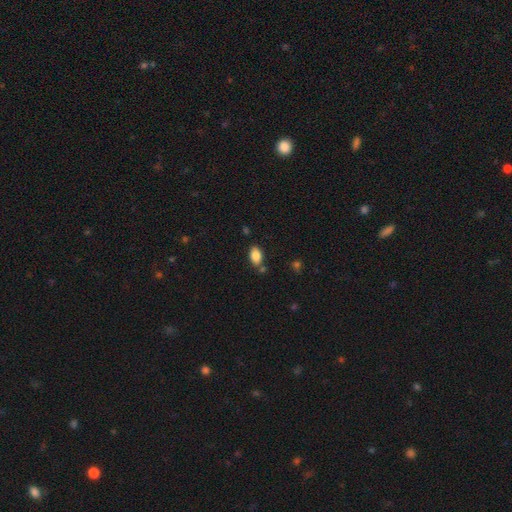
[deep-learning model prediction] smooth-or-featured: smooth: 85% | star or artifact: 8% | featured or disk: 7%
  how-rounded: in between: 90% | round: 8% | cigar-shaped: 2%
  merging: none: 73% | minor disturbance: 14% | merger: 10% | major disturbance: 3%